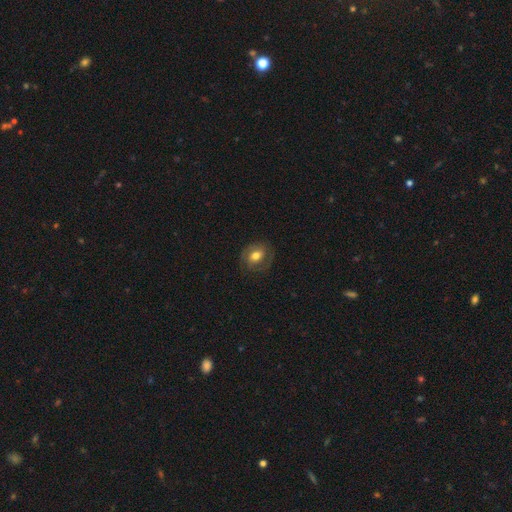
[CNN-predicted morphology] A featured or disk galaxy (48%). Merging: none (75%).